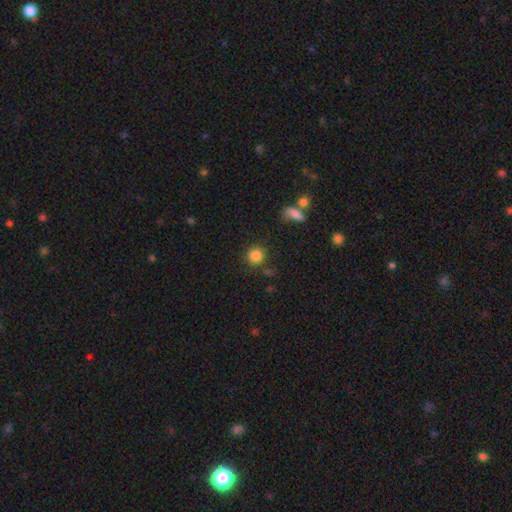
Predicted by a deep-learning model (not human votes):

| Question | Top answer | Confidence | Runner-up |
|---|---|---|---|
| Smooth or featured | smooth | 85% | star or artifact (10%) |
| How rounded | round | 88% | in between (11%) |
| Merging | none | 81% | minor disturbance (10%) |